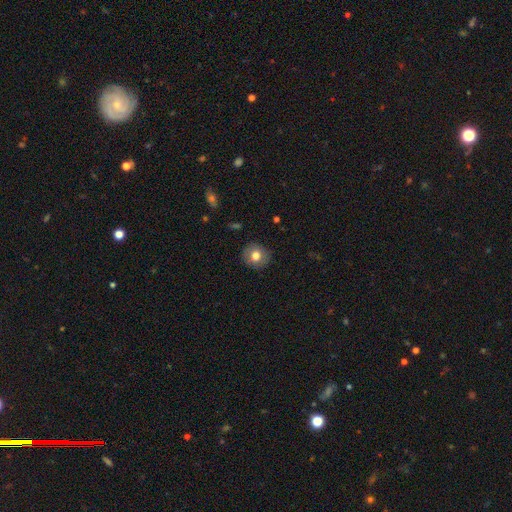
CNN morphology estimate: Smooth or featured: smooth — 76% (featured or disk — 14%)
How rounded: round — 83% (in between — 16%)
Merging: none — 87% (minor disturbance — 9%)